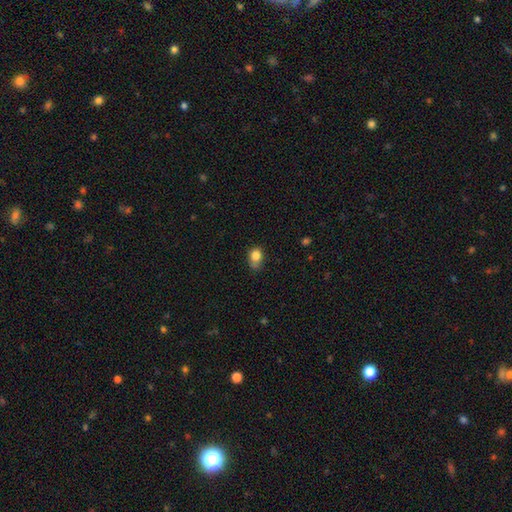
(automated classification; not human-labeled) This appears to be a smooth galaxy with no disk features (81%) that is in between round and cigar-shaped (51%). Merging: none (46%).